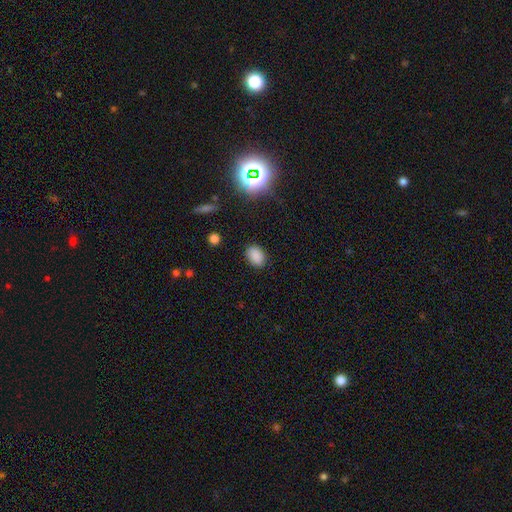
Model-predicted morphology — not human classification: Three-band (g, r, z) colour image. It shows a smooth galaxy with no disk features (86%) that is in between round and cigar-shaped (78%). Merging: none (86%).